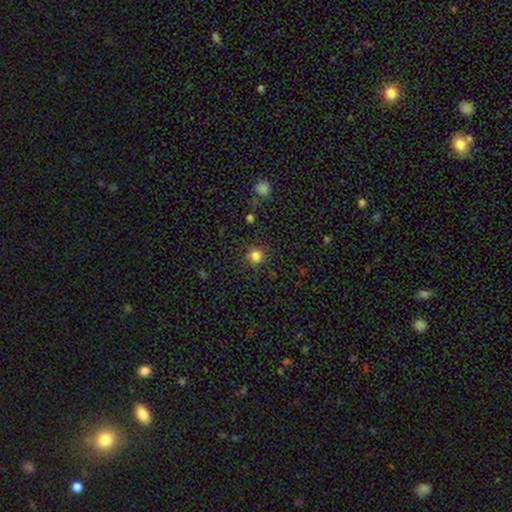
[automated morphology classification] Overall: smooth (83%). How rounded: round (94%). Merging: none (89%).